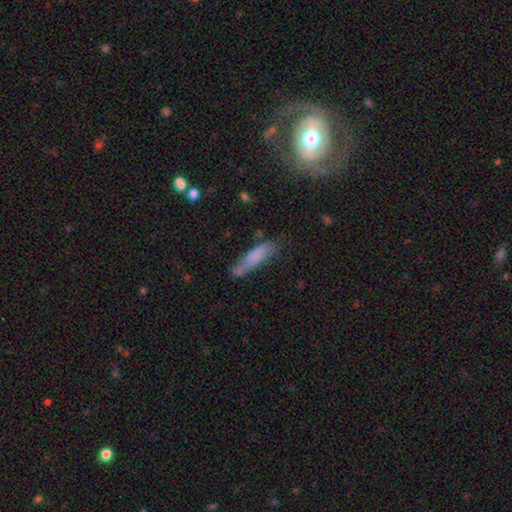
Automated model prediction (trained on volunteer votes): Smooth or featured? Predicted: smooth (p=0.77). How rounded? Predicted: cigar-shaped (p=0.70). Merging? Predicted: none (p=0.57).